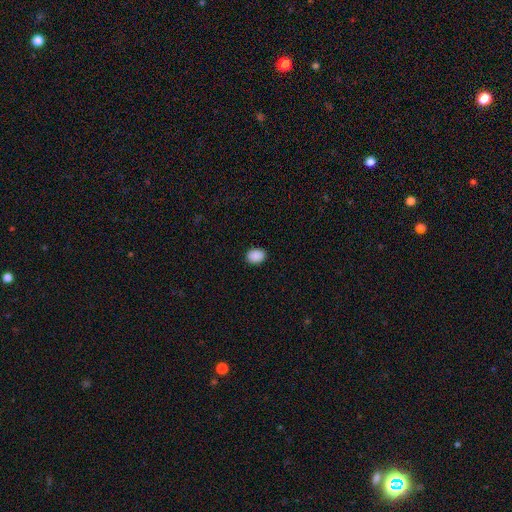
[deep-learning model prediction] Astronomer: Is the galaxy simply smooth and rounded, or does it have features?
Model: smooth — 90%.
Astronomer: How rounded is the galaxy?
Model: in between — 64%.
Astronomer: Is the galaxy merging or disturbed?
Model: none — 90%.